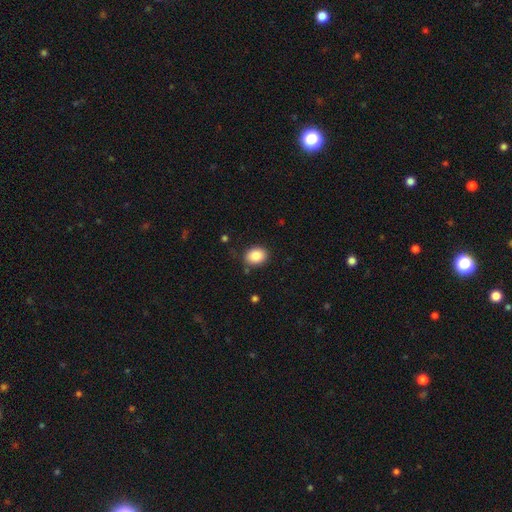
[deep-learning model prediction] The model was most divided on "how rounded": in between: 53%, round: 46%, cigar-shaped: 1%. More confident: smooth or featured — smooth (86%); merging — none (83%).